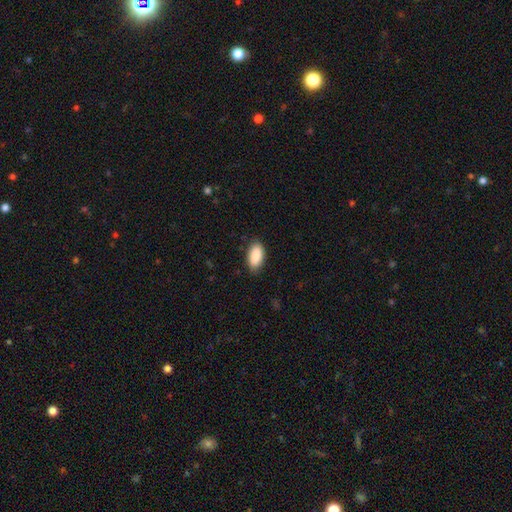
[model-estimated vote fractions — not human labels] smooth_or_featured: smooth (p=0.90) [alt: star or artifact p=0.06]
how_rounded: in between (p=0.94) [alt: cigar-shaped p=0.03]
merging: none (p=0.84) [alt: minor disturbance p=0.12]